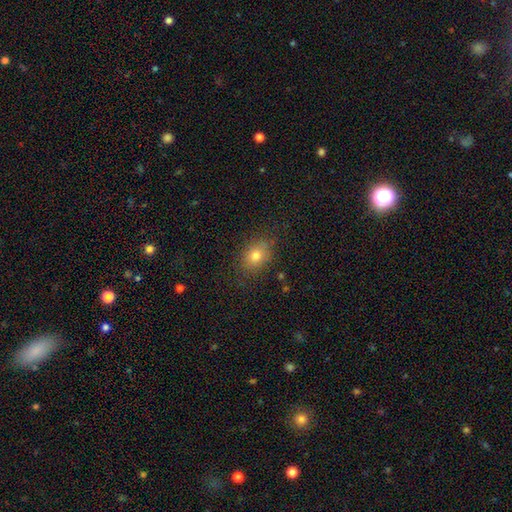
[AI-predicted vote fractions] This is likely a smooth galaxy (77%). How rounded: possibly in between (60%). Merging: clearly none (81%).